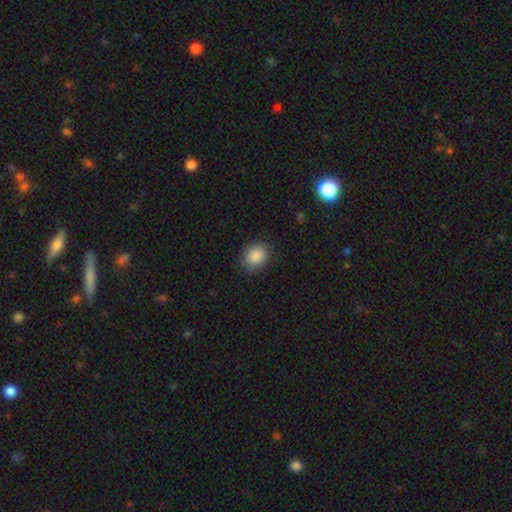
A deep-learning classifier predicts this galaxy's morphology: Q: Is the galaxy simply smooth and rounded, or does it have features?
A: smooth — 88%.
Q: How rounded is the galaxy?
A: round — 60%.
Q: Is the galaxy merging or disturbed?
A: none — 83%.